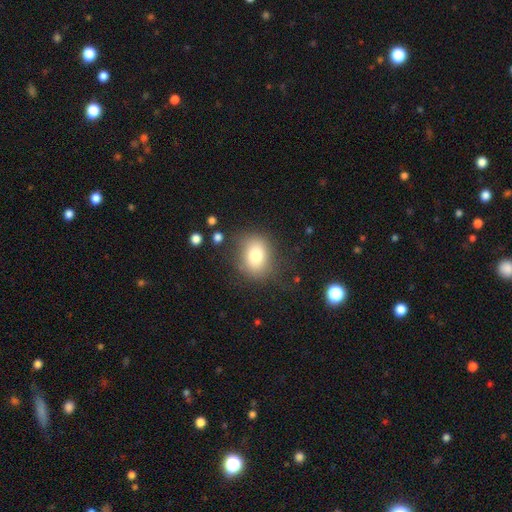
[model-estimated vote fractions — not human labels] This appears to be a smooth galaxy with no disk features (78%) that is in between round and cigar-shaped (51%). Merging: none (72%).